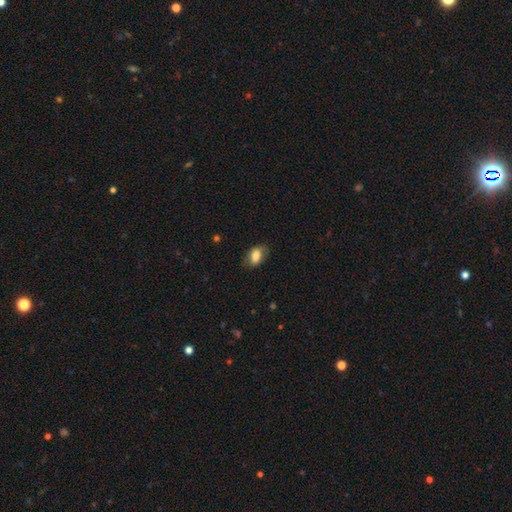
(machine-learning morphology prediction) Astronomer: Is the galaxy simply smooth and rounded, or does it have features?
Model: smooth — 80%.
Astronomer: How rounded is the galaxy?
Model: in between — 87%.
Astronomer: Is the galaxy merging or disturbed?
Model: none — 74%.